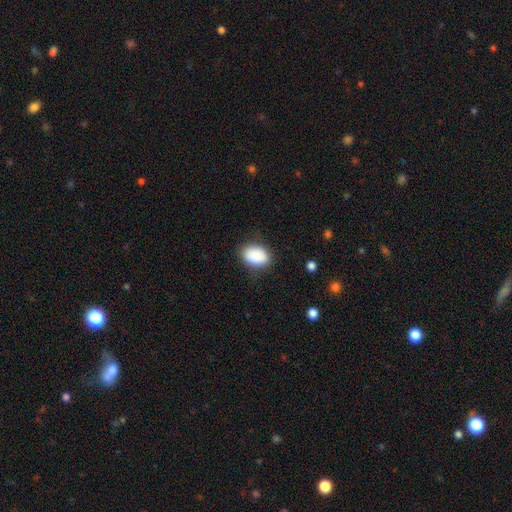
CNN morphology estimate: A smooth galaxy with no disk features (90%) that is in between round and cigar-shaped (87%). Merging: none (82%).